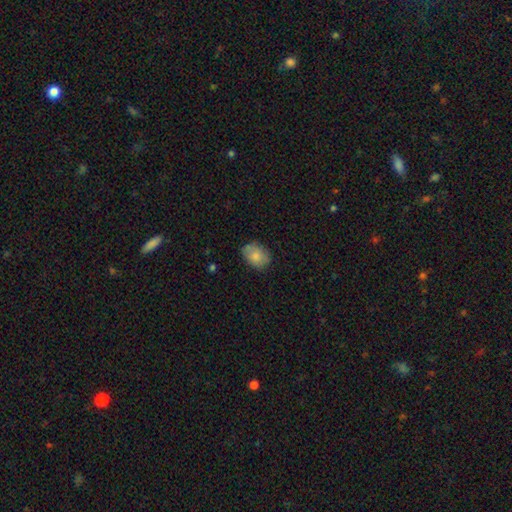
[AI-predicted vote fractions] Smooth or featured? smooth (79%)
How rounded? in between (71%)
Merging? none (72%)